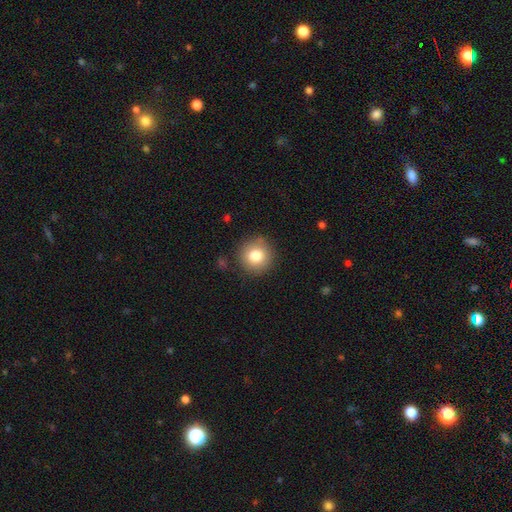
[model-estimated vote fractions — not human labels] smooth_or_featured: smooth (p=0.80) [alt: star or artifact p=0.10]
how_rounded: round (p=0.94) [alt: in between p=0.05]
merging: none (p=0.88) [alt: minor disturbance p=0.08]